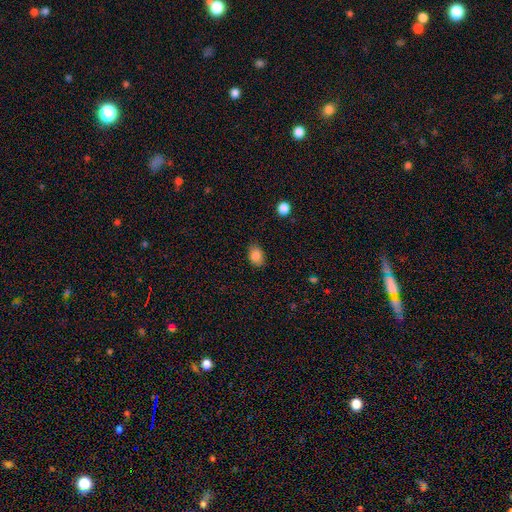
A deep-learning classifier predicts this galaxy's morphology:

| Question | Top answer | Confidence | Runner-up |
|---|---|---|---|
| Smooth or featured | smooth | 85% | star or artifact (9%) |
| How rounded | in between | 77% | round (22%) |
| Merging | none | 78% | minor disturbance (17%) |